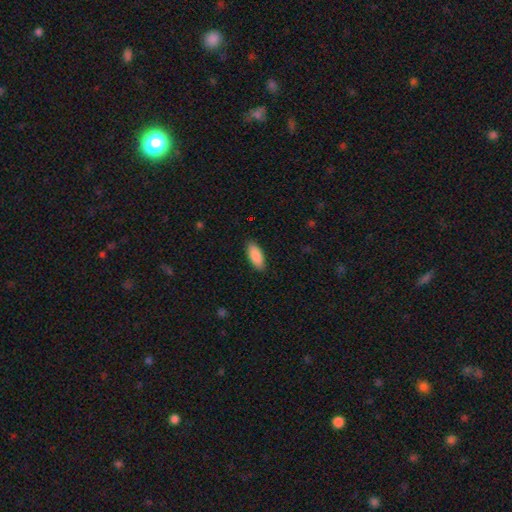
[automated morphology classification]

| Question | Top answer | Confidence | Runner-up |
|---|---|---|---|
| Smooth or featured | smooth | 89% | star or artifact (6%) |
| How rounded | in between | 86% | cigar-shaped (13%) |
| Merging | none | 88% | minor disturbance (9%) |